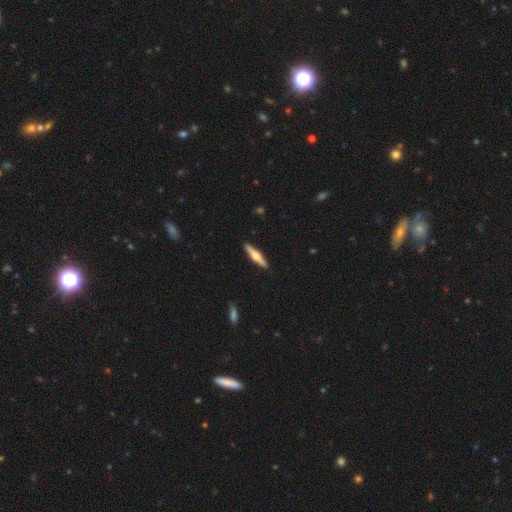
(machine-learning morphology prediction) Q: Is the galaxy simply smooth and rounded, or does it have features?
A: featured or disk — 58%.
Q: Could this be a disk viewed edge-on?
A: yes — 96%.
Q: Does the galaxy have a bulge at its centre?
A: rounded — 93%.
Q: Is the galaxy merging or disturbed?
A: none — 91%.